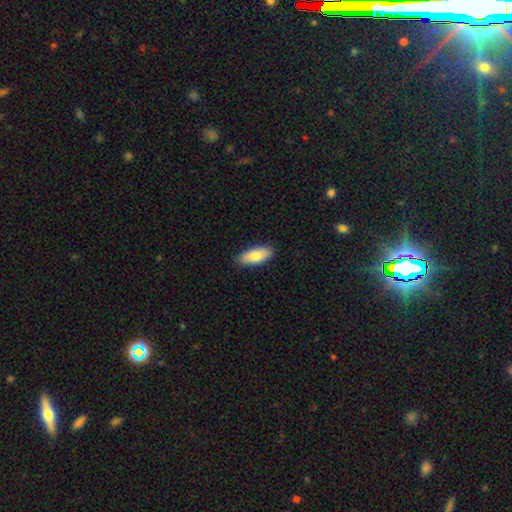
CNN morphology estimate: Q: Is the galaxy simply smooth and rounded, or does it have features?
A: smooth — 80%.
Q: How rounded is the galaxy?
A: in between — 80%.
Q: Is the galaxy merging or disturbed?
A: none — 87%.